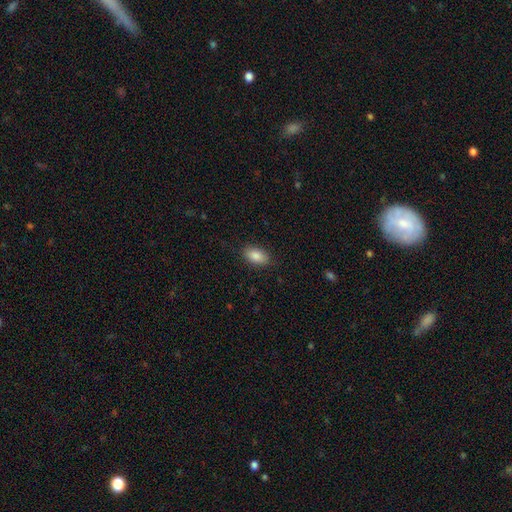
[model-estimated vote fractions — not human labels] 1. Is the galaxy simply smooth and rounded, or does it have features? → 87% smooth, 7% star or artifact, 5% featured or disk.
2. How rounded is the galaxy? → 92% in between, 5% round, 3% cigar-shaped.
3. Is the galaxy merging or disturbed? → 86% none, 10% minor disturbance, 3% major disturbance, 1% merger.